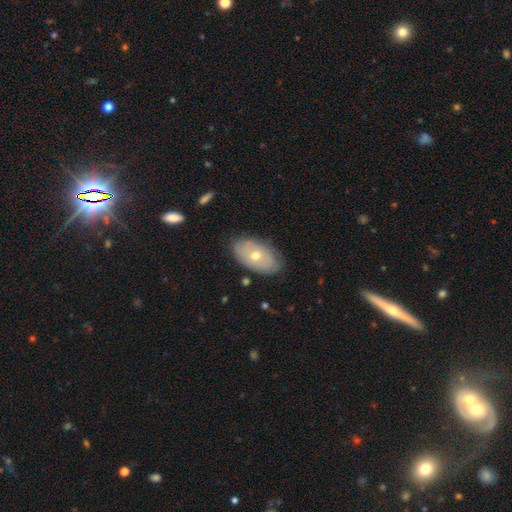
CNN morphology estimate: A smooth galaxy with no disk features (53%) that is in between round and cigar-shaped (92%). Merging: none (81%).